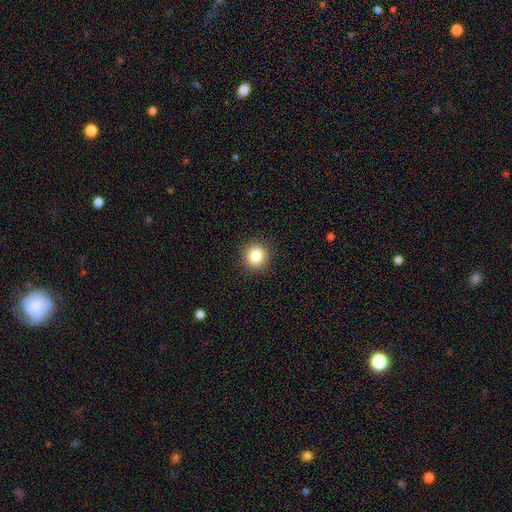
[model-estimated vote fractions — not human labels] Morphology: type=smooth (84%); roundness=round (87%); merging=none (91%).